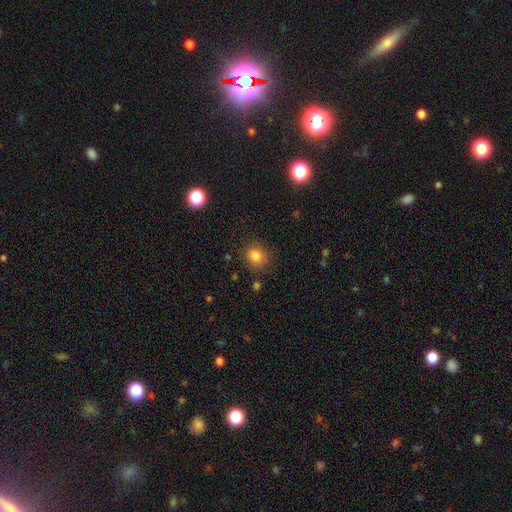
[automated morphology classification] Smooth or featured? smooth (82%)
How rounded? round (81%)
Merging? none (86%)